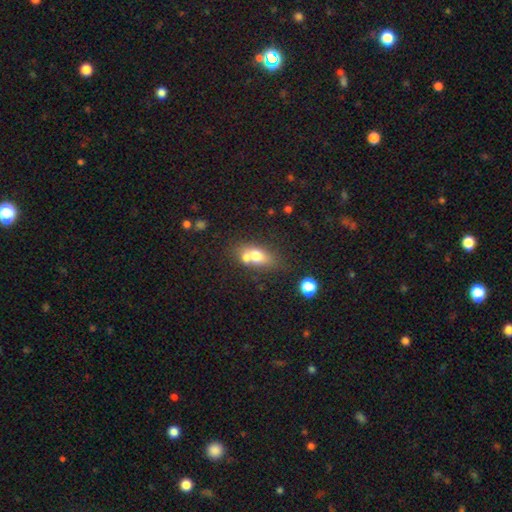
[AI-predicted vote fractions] Smooth or featured? Predicted: smooth (p=0.68). How rounded? Predicted: in between (p=0.71). Merging? Predicted: merger (p=0.45).